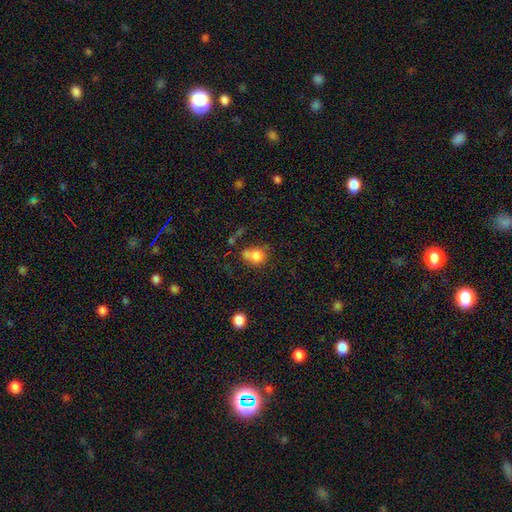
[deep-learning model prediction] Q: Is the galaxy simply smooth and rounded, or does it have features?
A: smooth — 77%.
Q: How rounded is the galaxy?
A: round — 70%.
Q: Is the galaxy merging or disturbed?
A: none — 42%.